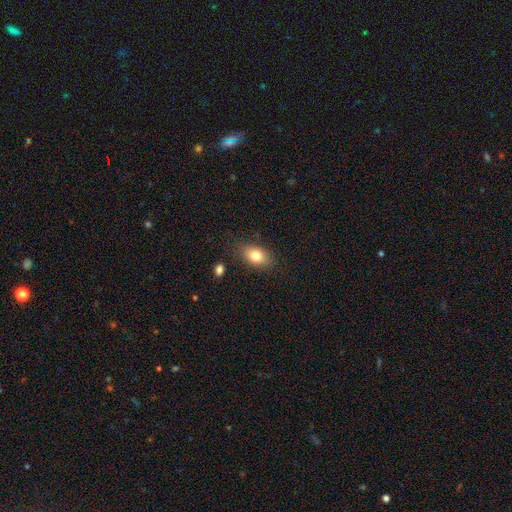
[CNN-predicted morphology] The model was most divided on "smooth or featured": smooth: 80%, featured or disk: 12%, star or artifact: 9%. More confident: how rounded — in between (85%); merging — none (82%).